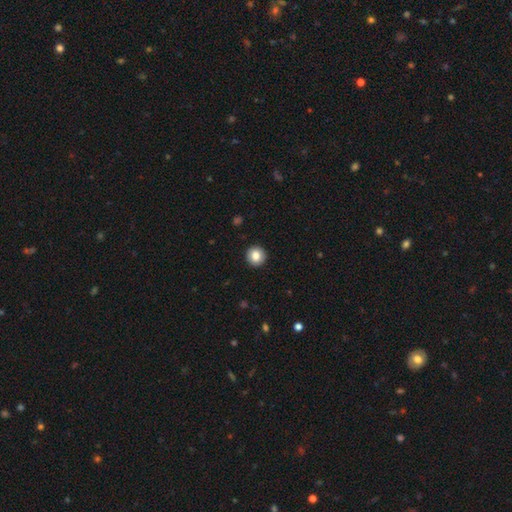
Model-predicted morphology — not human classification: Smooth or featured? Predicted: smooth (p=0.84). How rounded? Predicted: round (p=0.95). Merging? Predicted: none (p=0.93).